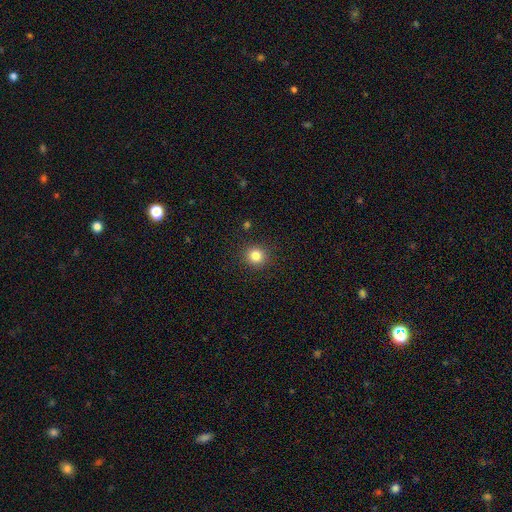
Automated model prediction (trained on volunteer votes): Smooth or featured: smooth — 83% (star or artifact — 12%)
How rounded: round — 92% (in between — 7%)
Merging: none — 91% (minor disturbance — 6%)